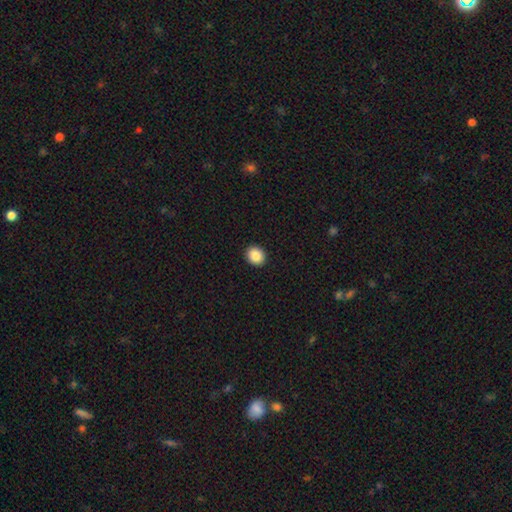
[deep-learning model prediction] Morphology: type=smooth (87%); roundness=round (71%); merging=none (93%).